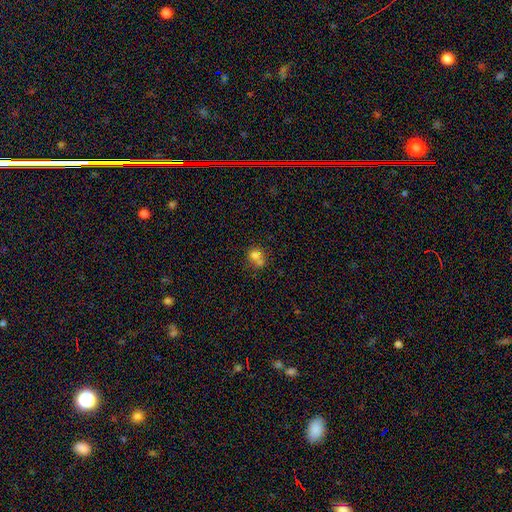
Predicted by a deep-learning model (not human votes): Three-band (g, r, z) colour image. It shows a smooth galaxy with no disk features (73%) that is round (78%). Merging: merger (48%).